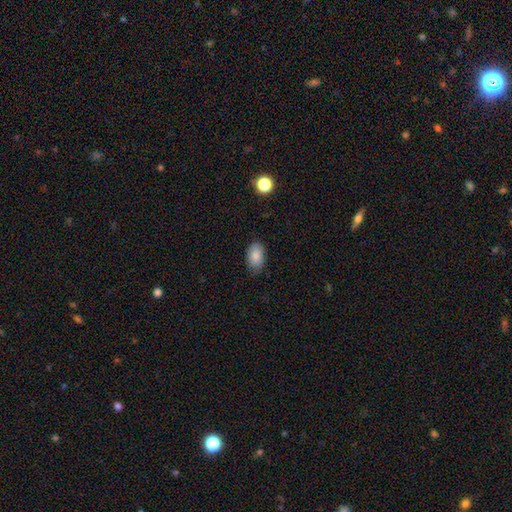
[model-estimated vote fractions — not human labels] The model was most divided on "merging": none: 78%, minor disturbance: 18%, major disturbance: 3%, merger: 1%. More confident: how rounded — in between (91%); smooth or featured — smooth (85%).